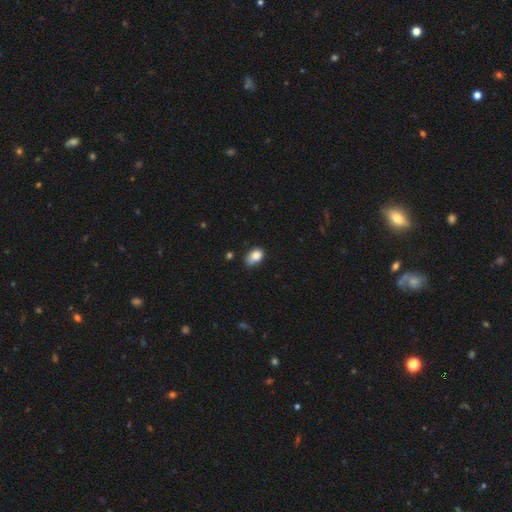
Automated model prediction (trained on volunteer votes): A smooth galaxy with no disk features (84%) that is in between round and cigar-shaped (82%).

Vote fractions:
- Smooth or featured? smooth: 84% / star or artifact: 9% / featured or disk: 7%
- How rounded? in between: 82% / round: 16% / cigar-shaped: 1%
- Merging? none: 52% / minor disturbance: 36% / major disturbance: 8% / merger: 4%